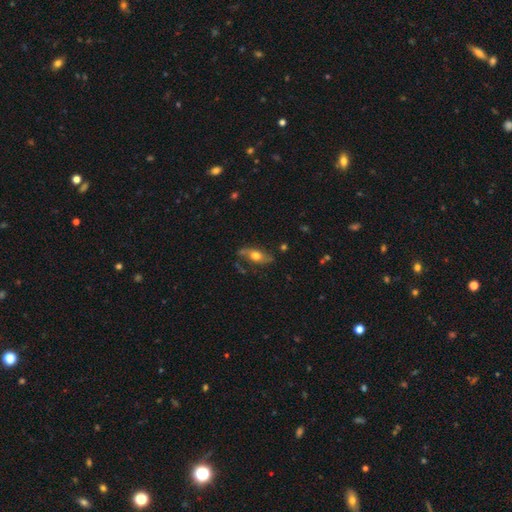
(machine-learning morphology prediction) featured or disk 47%, smooth 45%, star or artifact 8%. Down the decision tree: merging — none (67%).